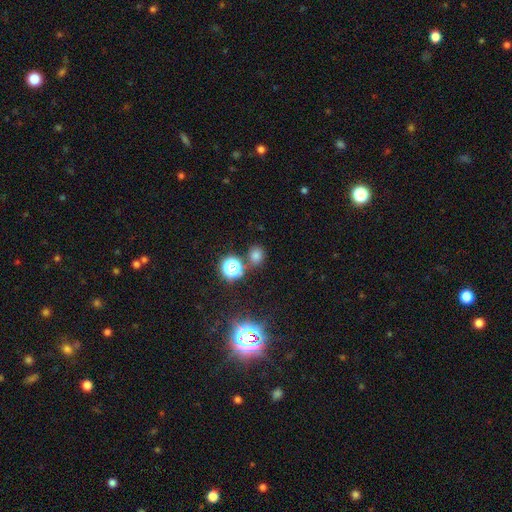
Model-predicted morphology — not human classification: A smooth galaxy with no disk features (69%) that is round (70%). Merging: none (77%).